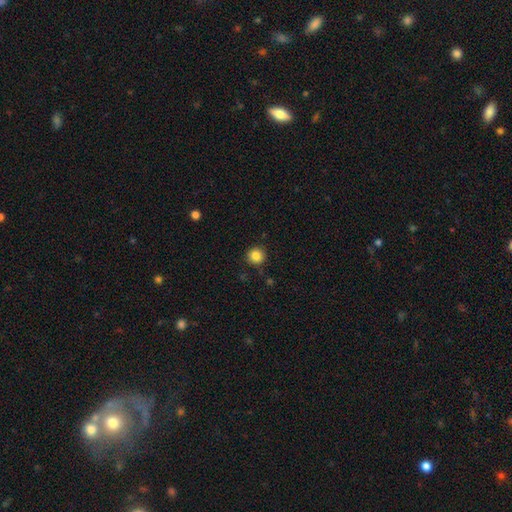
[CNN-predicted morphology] A smooth galaxy with no disk features (85%) that is round (94%). Merging: none (90%).